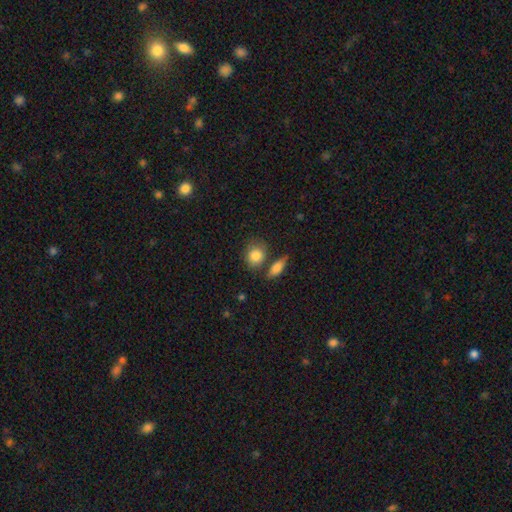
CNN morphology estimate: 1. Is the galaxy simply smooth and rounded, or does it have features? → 83% smooth, 9% featured or disk, 8% star or artifact.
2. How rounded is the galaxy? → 58% round, 40% in between, 2% cigar-shaped.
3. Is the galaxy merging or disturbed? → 61% none, 17% minor disturbance, 17% merger, 5% major disturbance.